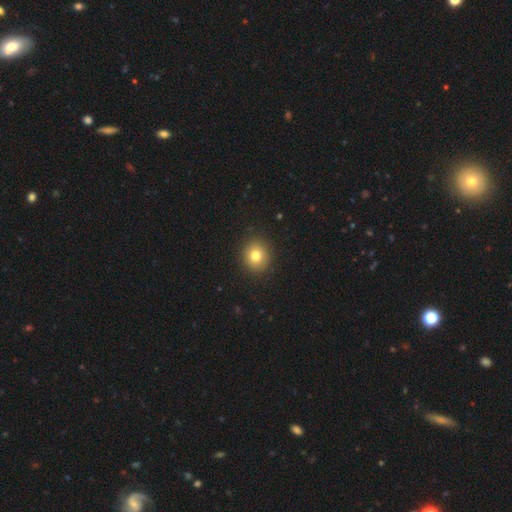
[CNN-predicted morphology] smooth_or_featured: smooth (p=0.80) [alt: star or artifact p=0.11]
how_rounded: round (p=0.83) [alt: in between p=0.16]
merging: none (p=0.91) [alt: minor disturbance p=0.06]